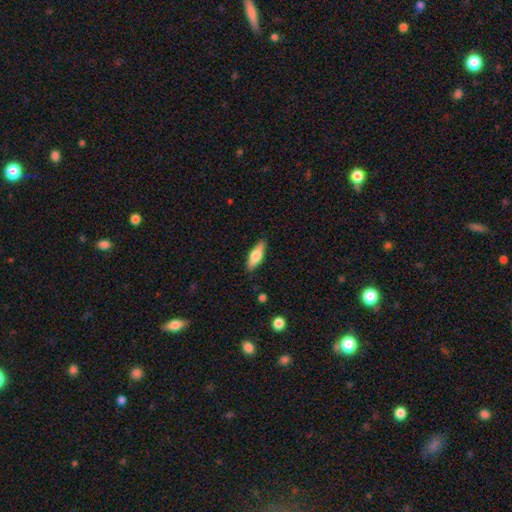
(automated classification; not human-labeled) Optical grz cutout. It shows a smooth galaxy with no disk features (63%) that is in between round and cigar-shaped (55%). Merging: none (87%).